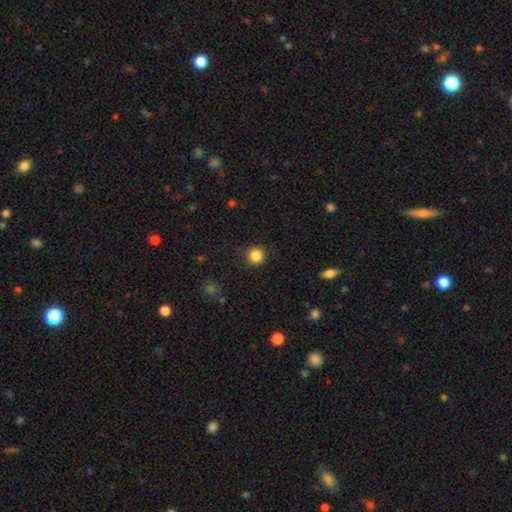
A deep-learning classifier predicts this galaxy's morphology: smooth_or_featured: smooth (p=0.85) [alt: star or artifact p=0.11]
how_rounded: round (p=0.93) [alt: in between p=0.06]
merging: none (p=0.89) [alt: minor disturbance p=0.07]